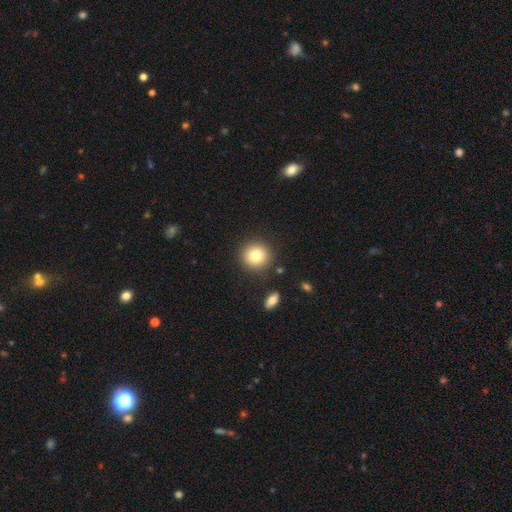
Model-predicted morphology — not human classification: A smooth galaxy with no disk features (79%) that is round (91%).

Vote fractions:
- Smooth or featured? smooth: 79% / star or artifact: 11% / featured or disk: 10%
- How rounded? round: 91% / in between: 8% / cigar-shaped: 1%
- Merging? none: 88% / minor disturbance: 7% / merger: 3% / major disturbance: 2%